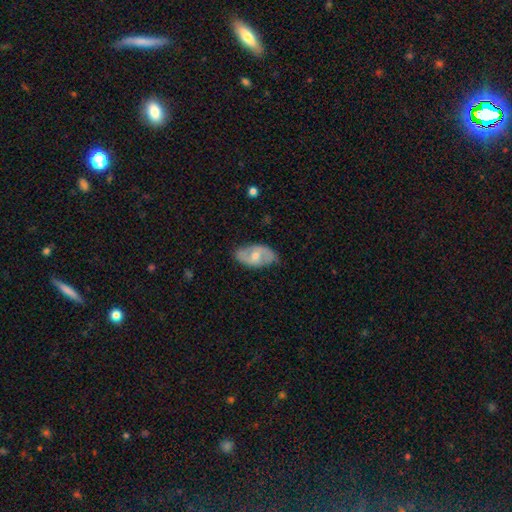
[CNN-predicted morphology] type=featured or disk (54%); edge-on=no (91%); merging=none (75%).